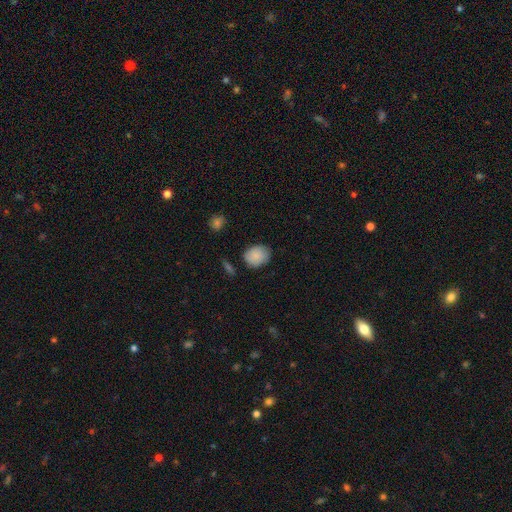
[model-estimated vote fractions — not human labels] Q: Smooth or featured?
A: smooth (86%); runner-up: star or artifact (7%)
Q: How rounded?
A: round (51%); runner-up: in between (48%)
Q: Merging?
A: none (75%); runner-up: minor disturbance (19%)